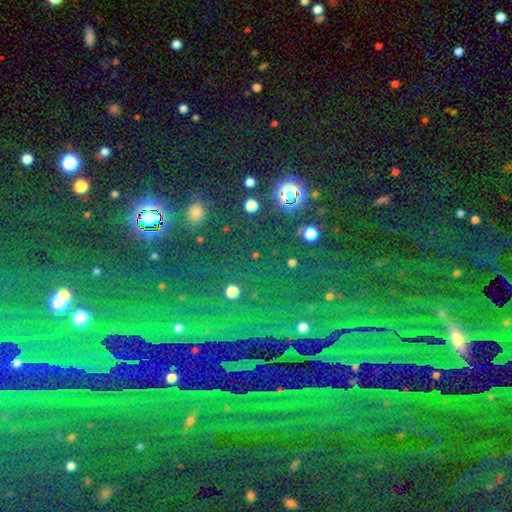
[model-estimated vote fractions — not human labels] Smooth or featured? Predicted: star or artifact (p=0.55).